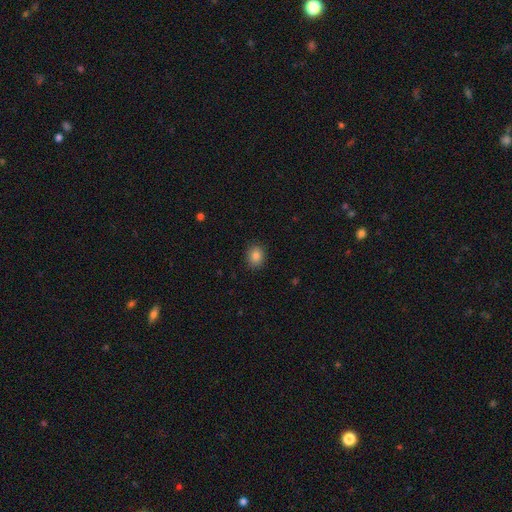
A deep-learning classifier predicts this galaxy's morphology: Smooth or featured?
  - smooth: 84% *
  - star or artifact: 11%
  - featured or disk: 5%
How rounded?
  - round: 58% *
  - in between: 41%
  - cigar-shaped: 1%
Merging?
  - none: 89% *
  - minor disturbance: 8%
  - major disturbance: 2%
  - merger: 1%